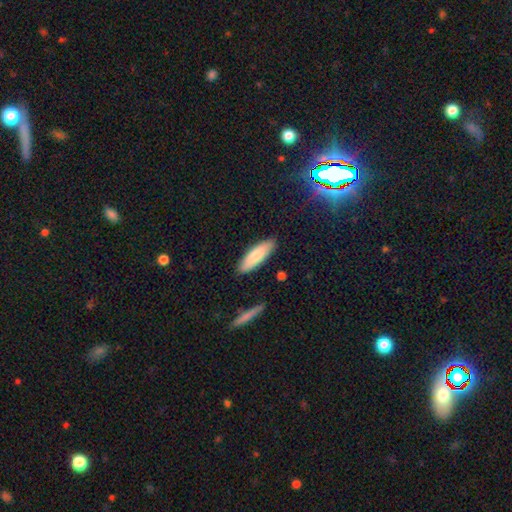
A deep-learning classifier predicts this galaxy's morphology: A smooth galaxy with no disk features (81%) that is in between round and cigar-shaped (50%). Merging: none (87%).